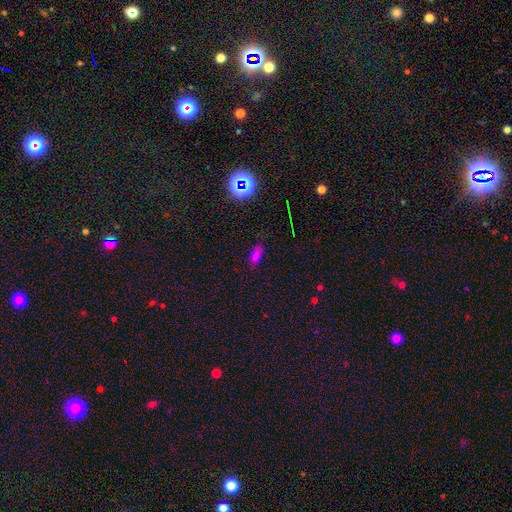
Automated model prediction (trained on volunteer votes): Smooth or featured: smooth — 72% (star or artifact — 20%)
How rounded: in between — 81% (cigar-shaped — 15%)
Merging: none — 80% (minor disturbance — 14%)